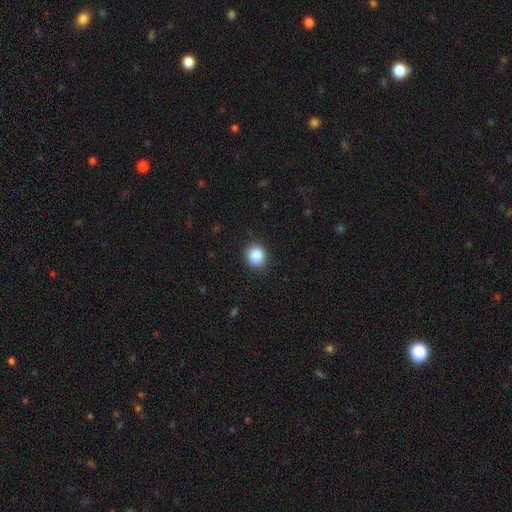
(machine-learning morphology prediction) This appears to be a smooth galaxy with no disk features (86%) that is round (73%). Merging: none (88%).